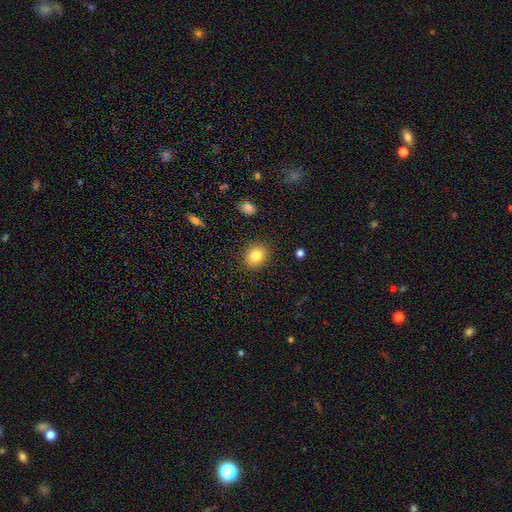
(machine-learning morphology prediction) Overall: smooth (82%). How rounded: round (63%; in between 36%). Merging: none (87%).